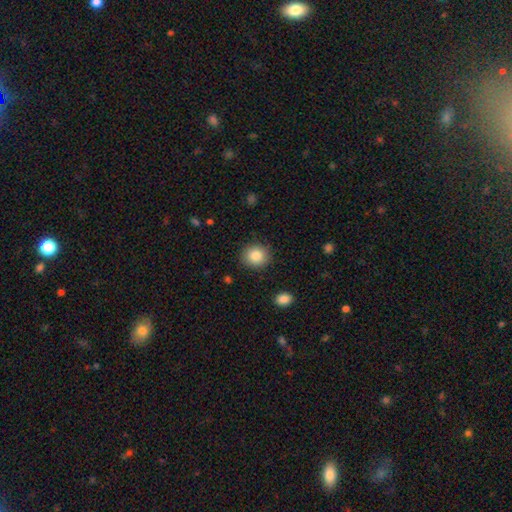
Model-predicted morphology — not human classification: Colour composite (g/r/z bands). It shows a smooth galaxy with no disk features (84%) that is round (84%). Merging: none (89%).